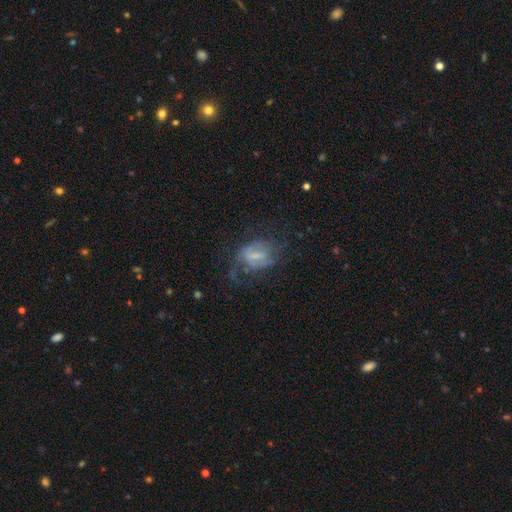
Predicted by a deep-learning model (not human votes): smooth-or-featured: featured or disk: 54% | smooth: 32% | star or artifact: 13%
  disk-edge-on: no: 93% | yes: 7%
    bar: weak: 44% | no: 30% | strong: 25%
    has-spiral-arms: yes: 53% | no: 47%
    bulge-size: small: 41% | none: 26% | moderate: 26% | large: 5% | dominant: 2%
  merging: none: 44% | major disturbance: 31% | minor disturbance: 22% | merger: 3%